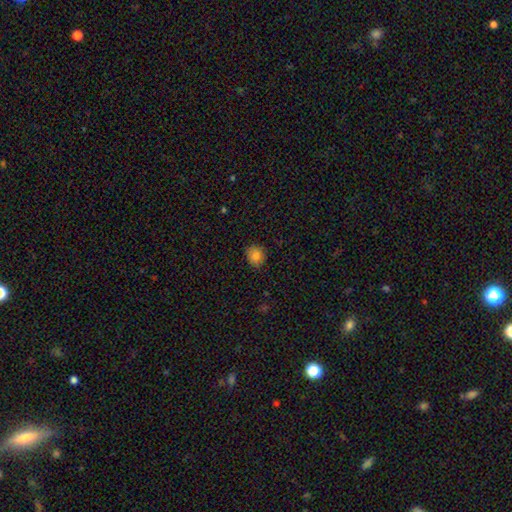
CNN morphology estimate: smooth 81%, star or artifact 11%, featured or disk 8%. Down the decision tree: how rounded — round (83%); merging — none (85%).